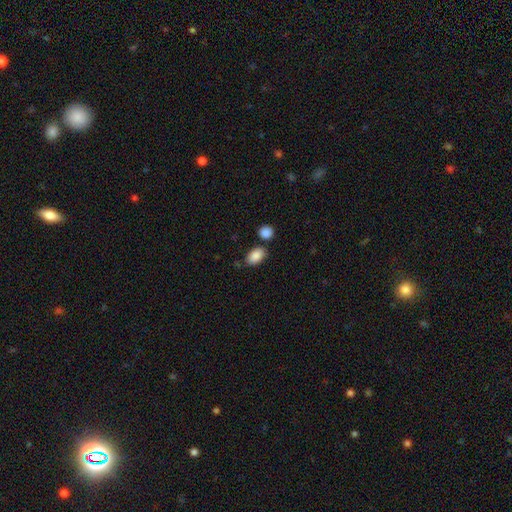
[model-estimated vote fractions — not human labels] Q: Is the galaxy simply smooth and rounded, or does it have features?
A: smooth — 88%.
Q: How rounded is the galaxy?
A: in between — 90%.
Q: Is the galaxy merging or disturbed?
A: none — 73%.